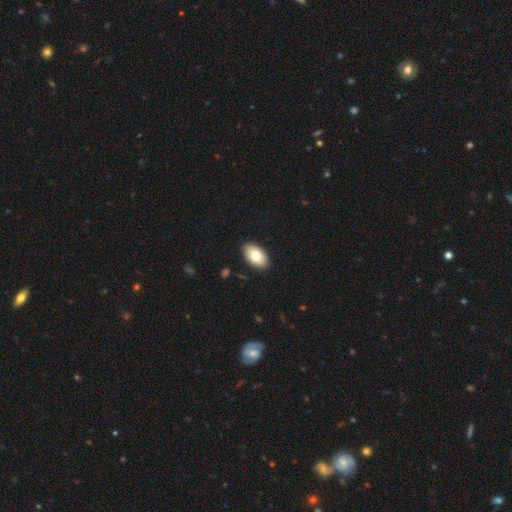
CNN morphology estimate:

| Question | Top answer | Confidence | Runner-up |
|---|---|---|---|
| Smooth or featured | smooth | 79% | featured or disk (15%) |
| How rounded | in between | 94% | round (4%) |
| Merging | none | 90% | minor disturbance (7%) |